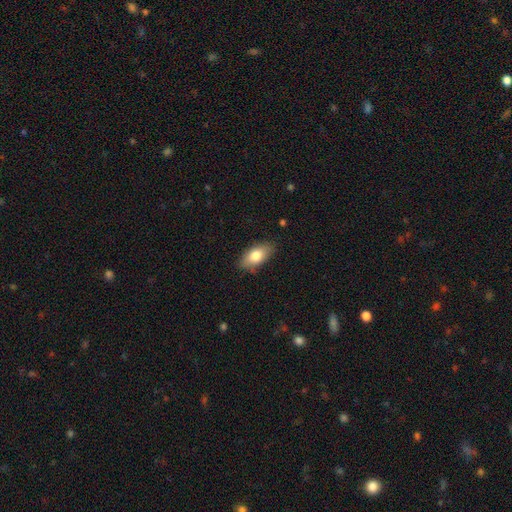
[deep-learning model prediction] Overall: smooth (77%). How rounded: in between (89%). Merging: none (83%).